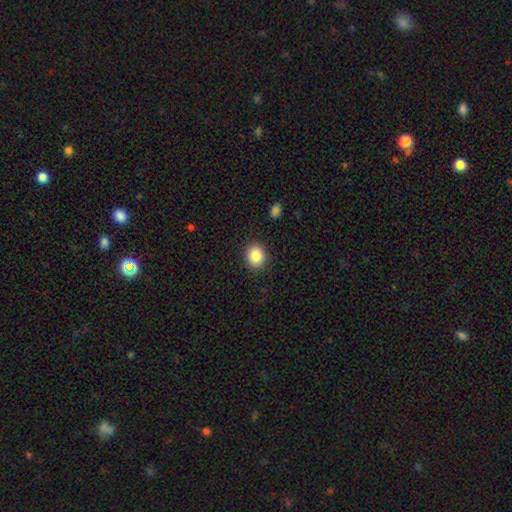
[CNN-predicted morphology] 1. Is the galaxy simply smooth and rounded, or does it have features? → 86% smooth, 9% star or artifact, 5% featured or disk.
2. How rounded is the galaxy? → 77% round, 22% in between, 1% cigar-shaped.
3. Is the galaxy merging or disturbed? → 90% none, 7% minor disturbance, 2% major disturbance, 1% merger.